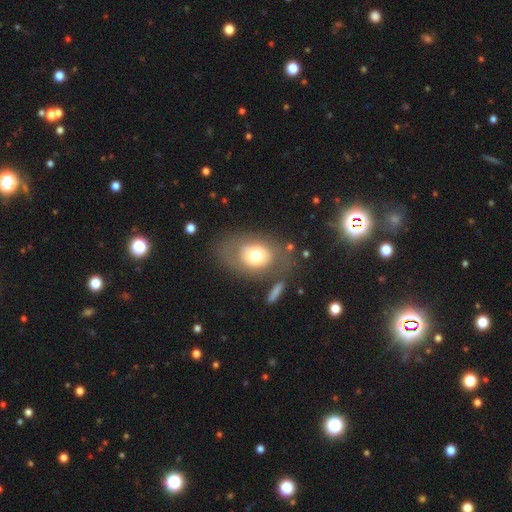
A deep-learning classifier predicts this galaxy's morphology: Smooth or featured? Predicted: smooth (p=0.61). How rounded? Predicted: in between (p=0.72). Merging? Predicted: none (p=0.68).